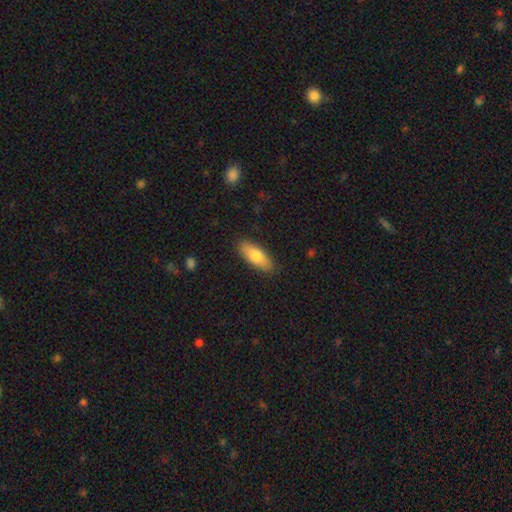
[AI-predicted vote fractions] Smooth or featured: smooth — 76% (featured or disk — 18%)
How rounded: in between — 75% (cigar-shaped — 22%)
Merging: none — 87% (minor disturbance — 10%)